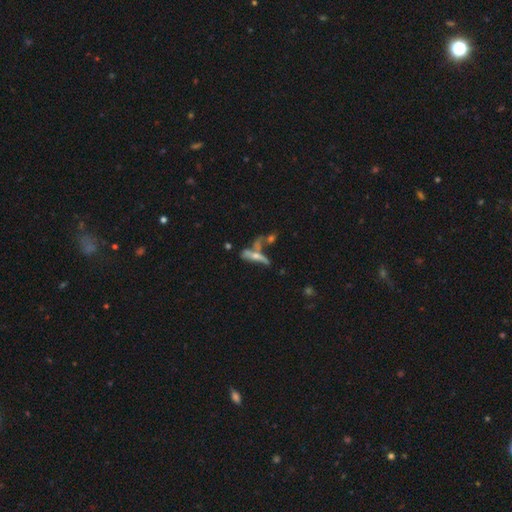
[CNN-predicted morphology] Smooth or featured? Predicted: featured or disk (p=0.56). Edge-on disk? Predicted: yes (p=0.64). Merging? Predicted: merger (p=0.38).